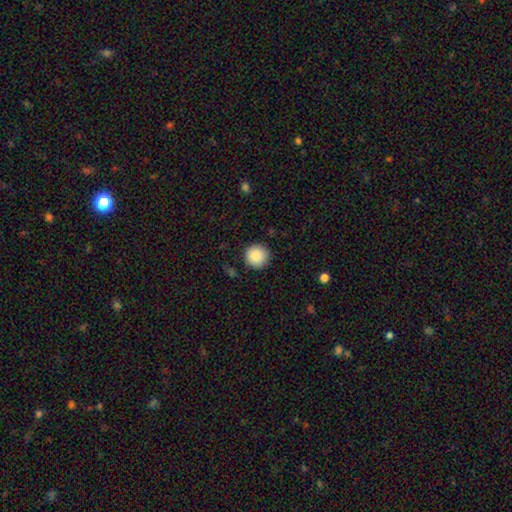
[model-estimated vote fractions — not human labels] A smooth galaxy with no disk features (88%) that is round (96%). Merging: none (90%).